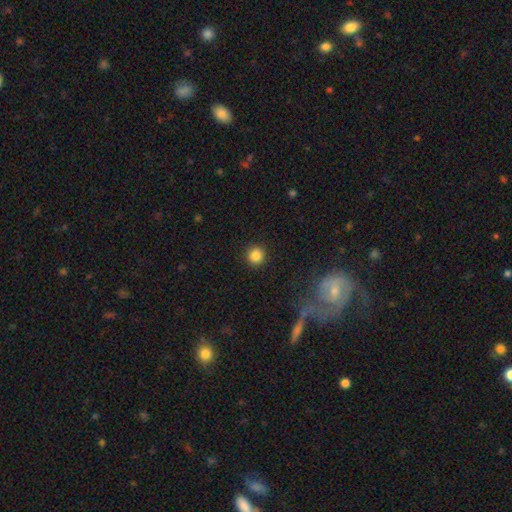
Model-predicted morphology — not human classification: Smooth or featured?
  - smooth: 84% *
  - star or artifact: 12%
  - featured or disk: 4%
How rounded?
  - round: 95% *
  - in between: 4%
  - cigar-shaped: 1%
Merging?
  - none: 92% *
  - minor disturbance: 5%
  - major disturbance: 2%
  - merger: 1%